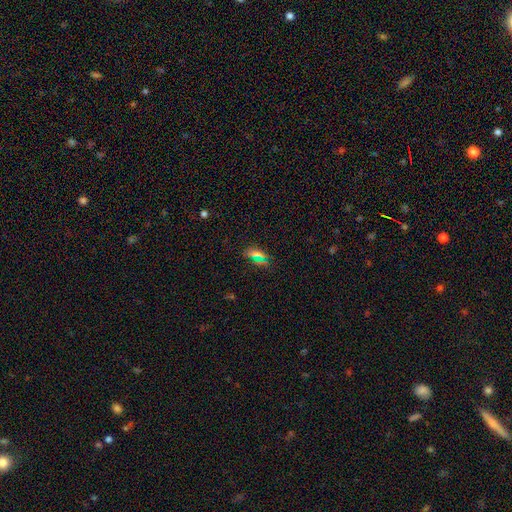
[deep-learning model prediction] A smooth galaxy with no disk features (60%) that is in between round and cigar-shaped (74%). Merging: none (81%).